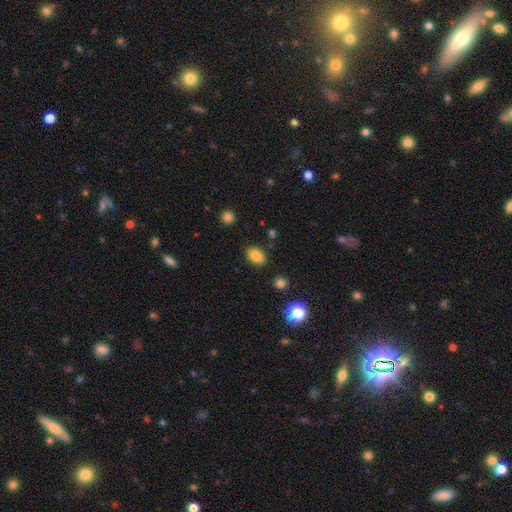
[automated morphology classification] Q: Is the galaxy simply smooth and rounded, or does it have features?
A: smooth — 82%.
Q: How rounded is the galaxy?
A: in between — 83%.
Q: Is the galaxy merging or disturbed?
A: none — 86%.